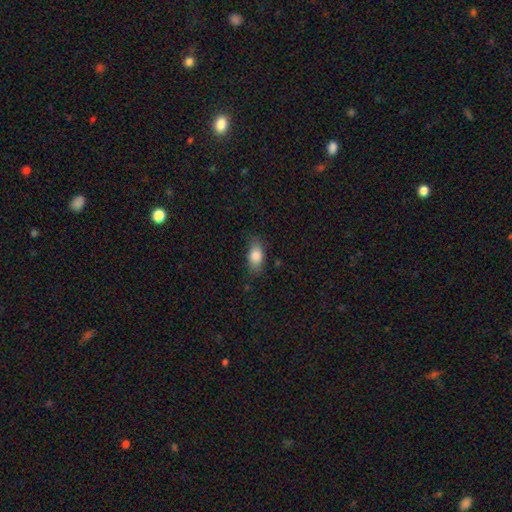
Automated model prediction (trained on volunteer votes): Overall: smooth (82%). How rounded: in between (85%). Merging: none (74%).